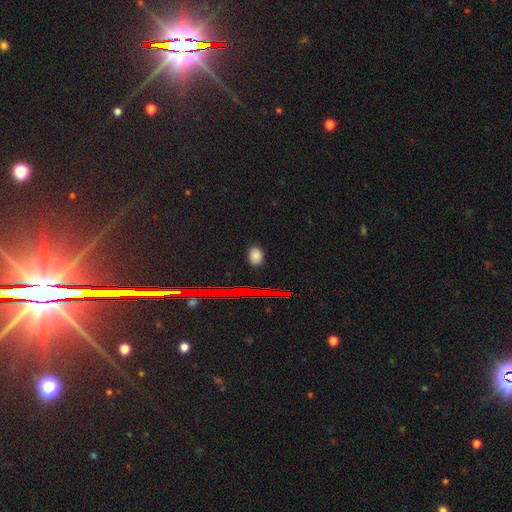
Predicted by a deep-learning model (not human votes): Smooth or featured?
  - smooth: 80% *
  - star or artifact: 15%
  - featured or disk: 5%
How rounded?
  - in between: 70% *
  - round: 28%
  - cigar-shaped: 2%
Merging?
  - none: 88% *
  - minor disturbance: 9%
  - major disturbance: 2%
  - merger: 1%